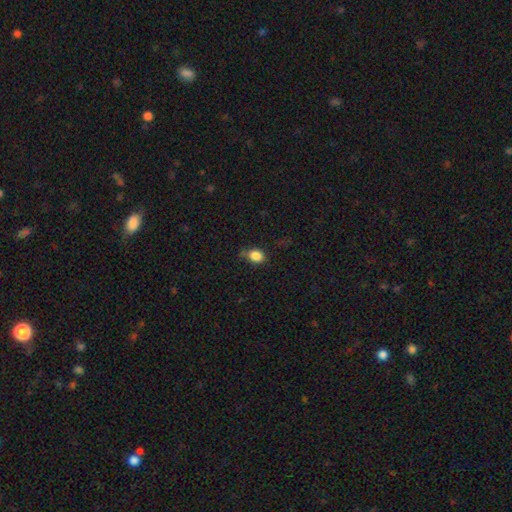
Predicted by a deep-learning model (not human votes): smooth-or-featured: smooth: 85% | star or artifact: 10% | featured or disk: 5%
  how-rounded: in between: 52% | round: 46% | cigar-shaped: 1%
  merging: none: 60% | minor disturbance: 29% | major disturbance: 7% | merger: 3%